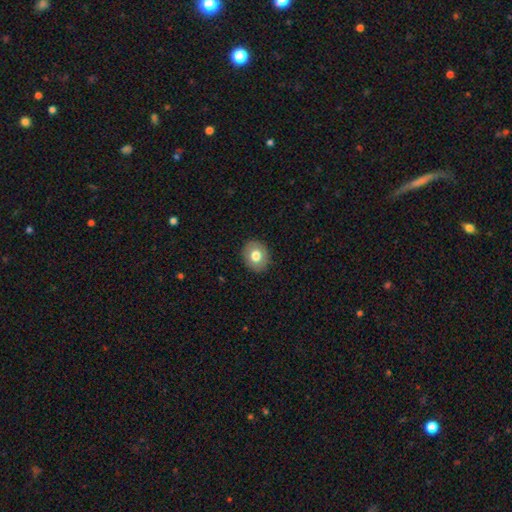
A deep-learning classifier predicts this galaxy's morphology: Overall: smooth (76%). How rounded: round (64%; in between 35%). Merging: none (89%).